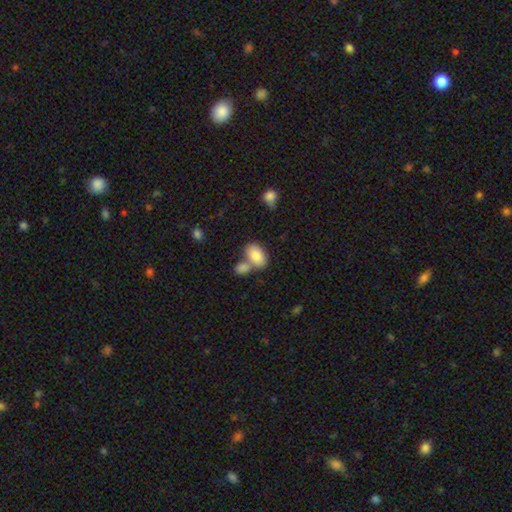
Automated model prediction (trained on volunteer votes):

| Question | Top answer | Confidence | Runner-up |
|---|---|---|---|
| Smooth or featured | smooth | 84% | featured or disk (10%) |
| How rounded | in between | 92% | round (7%) |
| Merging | none | 45% | merger (39%) |